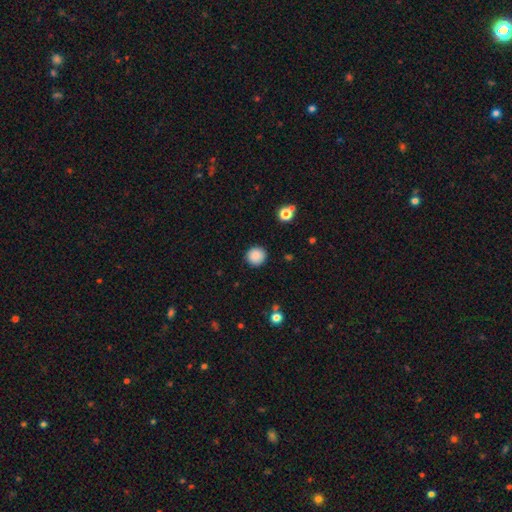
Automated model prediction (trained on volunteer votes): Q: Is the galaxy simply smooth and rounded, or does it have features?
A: smooth — 88%.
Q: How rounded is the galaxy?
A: round — 94%.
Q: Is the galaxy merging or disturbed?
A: none — 91%.